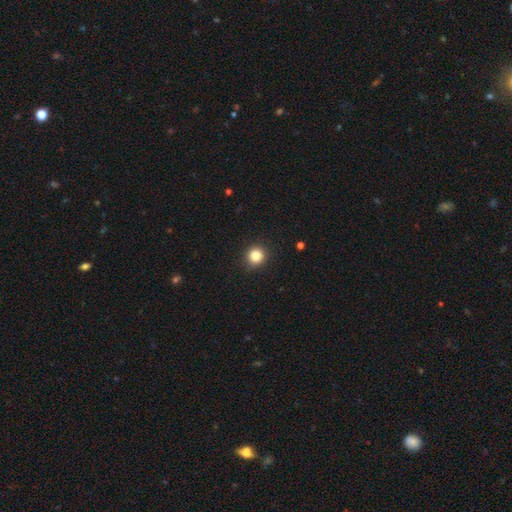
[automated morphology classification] This is clearly a smooth galaxy (84%). How rounded: clearly round (91%). Merging: clearly none (89%).